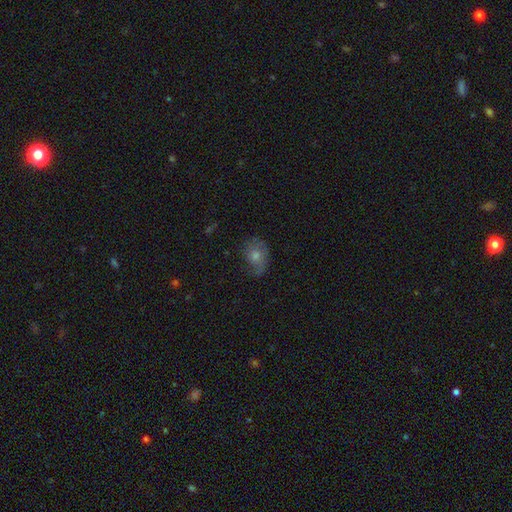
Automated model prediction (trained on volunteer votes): A smooth galaxy with no disk features (46%). Merging: none (59%).